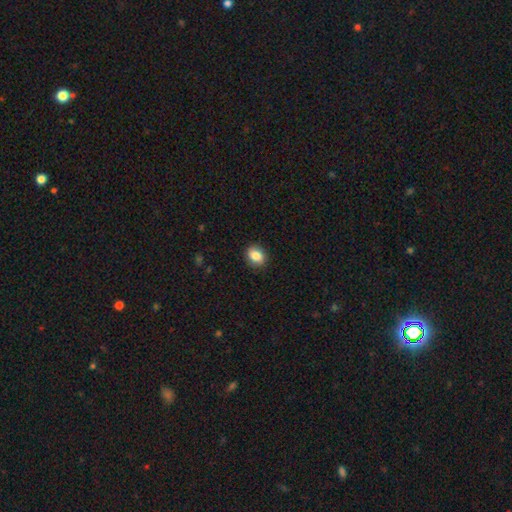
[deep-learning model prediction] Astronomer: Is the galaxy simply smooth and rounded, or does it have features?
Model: smooth — 85%.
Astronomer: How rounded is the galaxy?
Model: in between — 53% (runner-up: round, 46%).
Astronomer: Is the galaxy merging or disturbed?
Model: none — 89%.